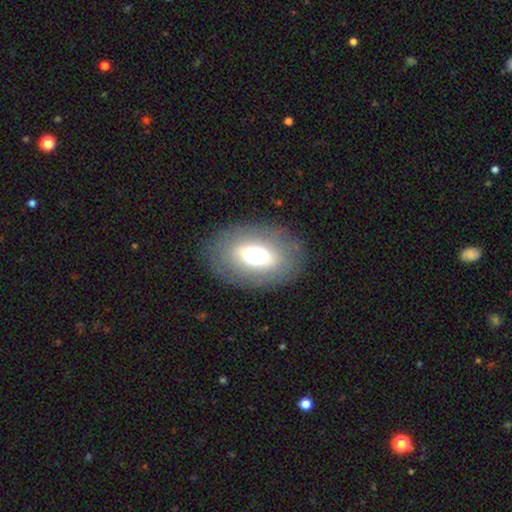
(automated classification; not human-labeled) This appears to be a smooth galaxy with no disk features (59%) that is in between round and cigar-shaped (86%). Merging: none (81%).